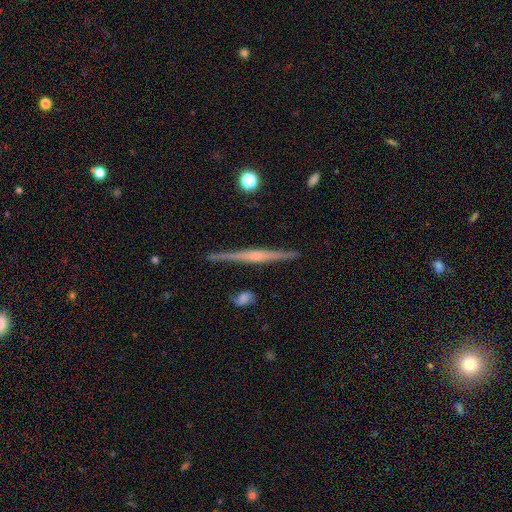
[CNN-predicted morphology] Smooth or featured: featured or disk — 76% (smooth — 18%)
Edge-on disk: yes — 98% (no — 2%)
Edge-on bulge: rounded — 54% (none — 26%)
Merging: none — 90% (minor disturbance — 7%)